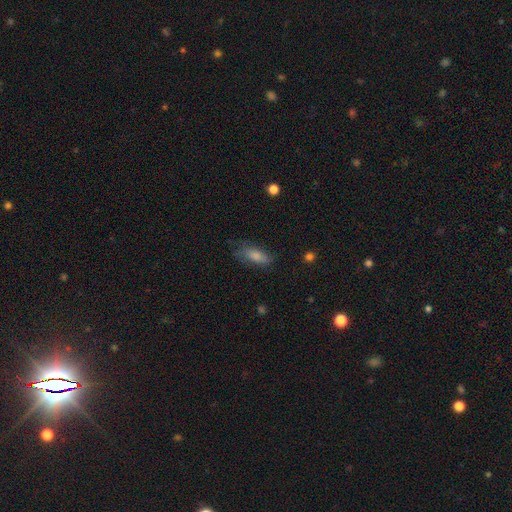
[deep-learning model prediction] The model was most divided on "merging": none: 63%, minor disturbance: 25%, major disturbance: 10%, merger: 2%. More confident: smooth or featured — smooth (80%); how rounded — in between (76%).